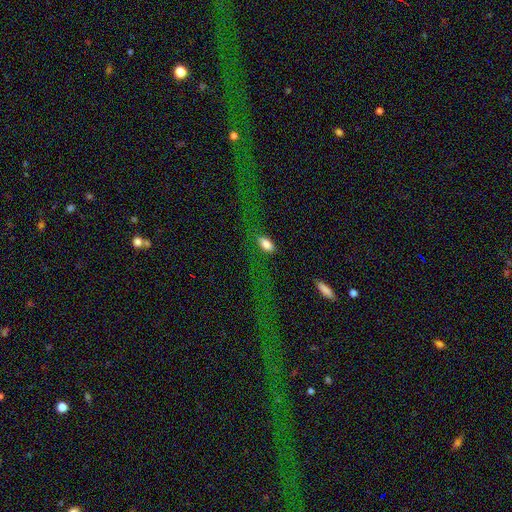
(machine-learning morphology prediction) smooth-or-featured: star or artifact: 79% | featured or disk: 12% | smooth: 9%